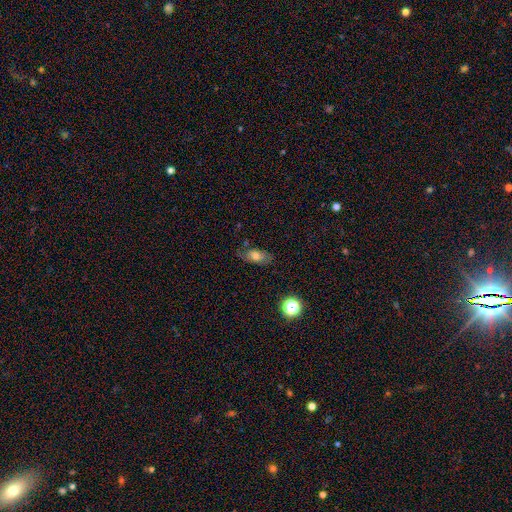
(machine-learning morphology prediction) The model was most divided on "smooth or featured": smooth: 62%, featured or disk: 25%, star or artifact: 12%. More confident: how rounded — in between (84%); merging — none (70%).